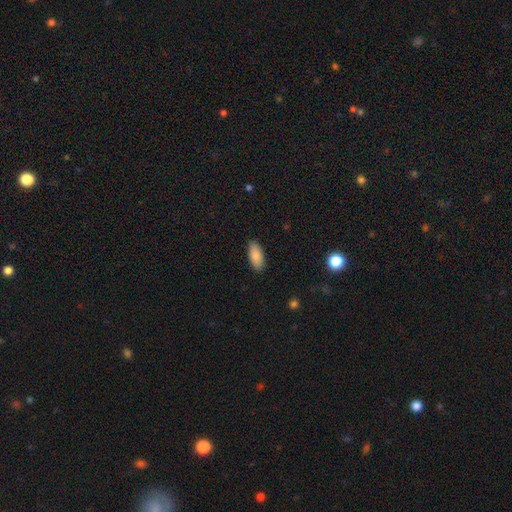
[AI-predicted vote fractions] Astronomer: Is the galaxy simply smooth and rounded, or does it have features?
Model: smooth — 86%.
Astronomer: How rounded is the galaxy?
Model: in between — 87%.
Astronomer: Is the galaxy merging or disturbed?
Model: none — 88%.